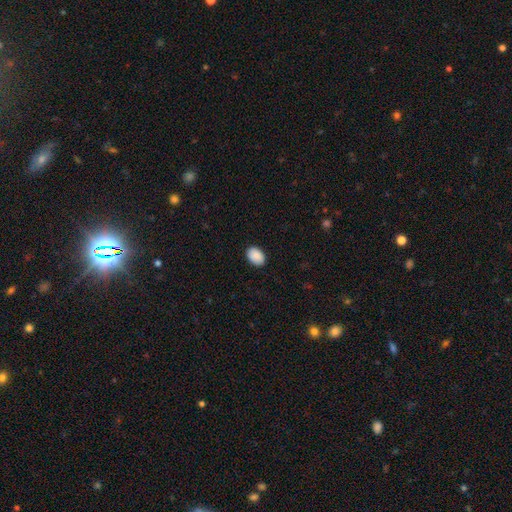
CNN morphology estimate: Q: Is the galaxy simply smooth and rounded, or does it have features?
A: smooth — 91%.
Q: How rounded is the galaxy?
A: in between — 83%.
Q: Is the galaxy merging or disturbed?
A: none — 89%.